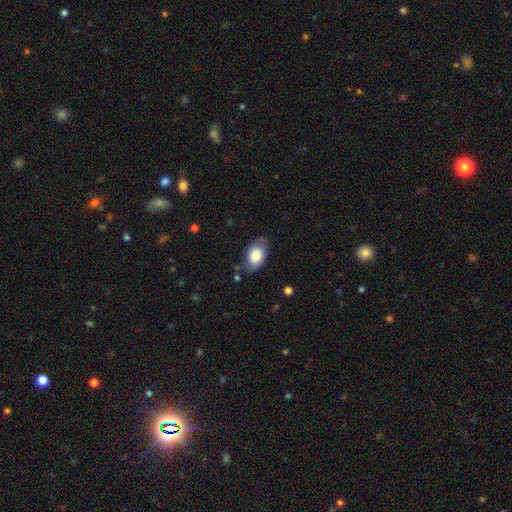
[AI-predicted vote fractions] This appears to be a smooth galaxy with no disk features (79%) that is in between round and cigar-shaped (90%). Merging: none (68%).